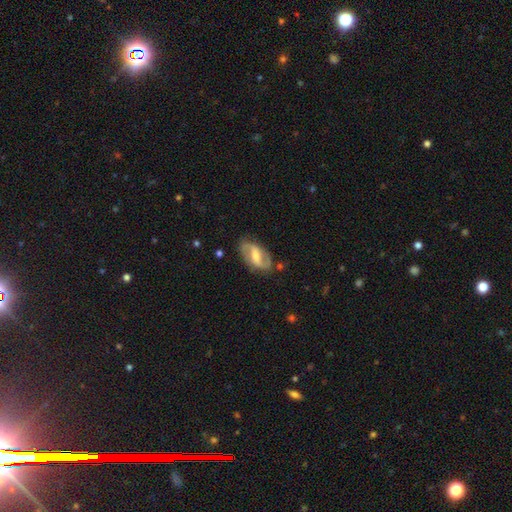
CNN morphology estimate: Smooth or featured? featured or disk (82%)
Edge-on disk? no (96%)
Bar? strong (44%)
Spiral arms? yes (92%)
Spiral winding? medium (47%)
Spiral arm count? 2 (91%)
Bulge size? moderate (46%)
Merging? none (78%)